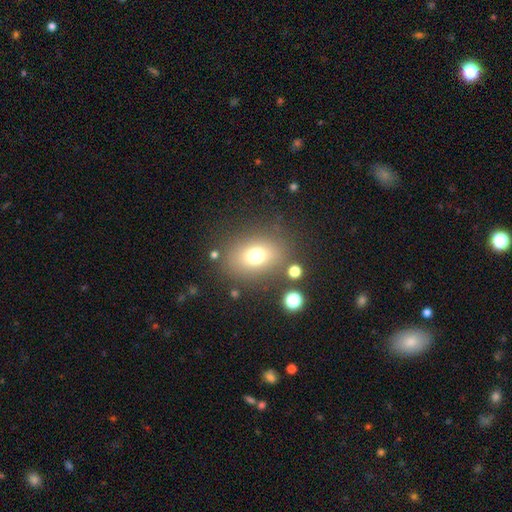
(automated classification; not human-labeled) Smooth or featured: smooth — 72% (star or artifact — 16%)
How rounded: in between — 55% (round — 43%)
Merging: none — 79% (minor disturbance — 11%)